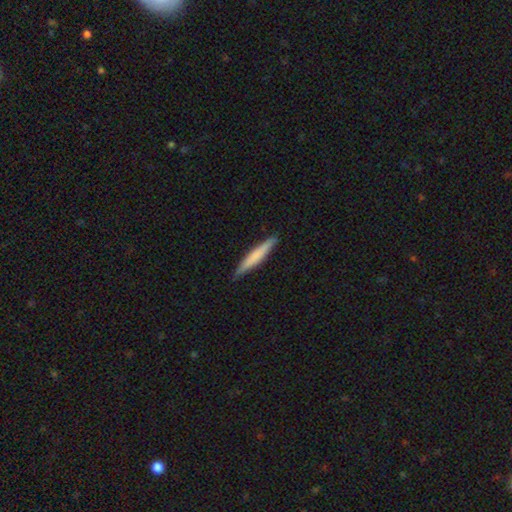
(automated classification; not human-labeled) The model was most divided on "smooth or featured": smooth: 66%, featured or disk: 29%, star or artifact: 5%. More confident: how rounded — cigar-shaped (94%); merging — none (88%).